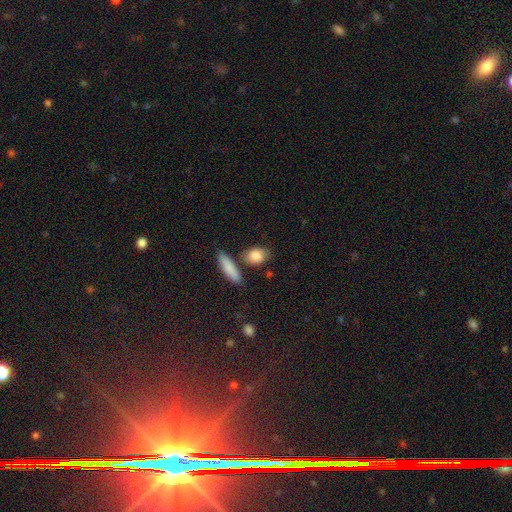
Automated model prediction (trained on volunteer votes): Smooth or featured? smooth (86%)
How rounded? in between (68%)
Merging? none (70%)